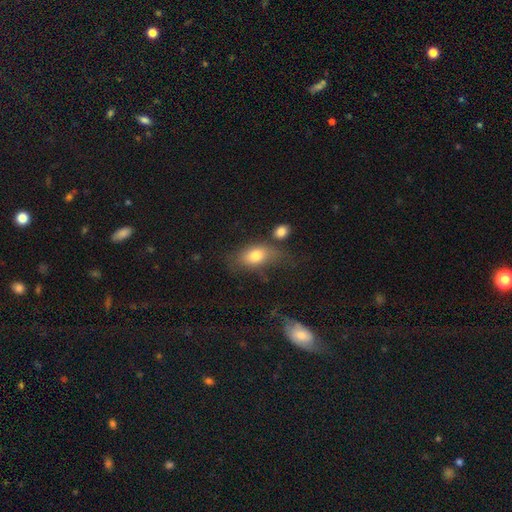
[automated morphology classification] smooth_or_featured: smooth (p=0.76) [alt: featured or disk p=0.15]
how_rounded: in between (p=0.84) [alt: round p=0.12]
merging: none (p=0.48) [alt: minor disturbance p=0.24]